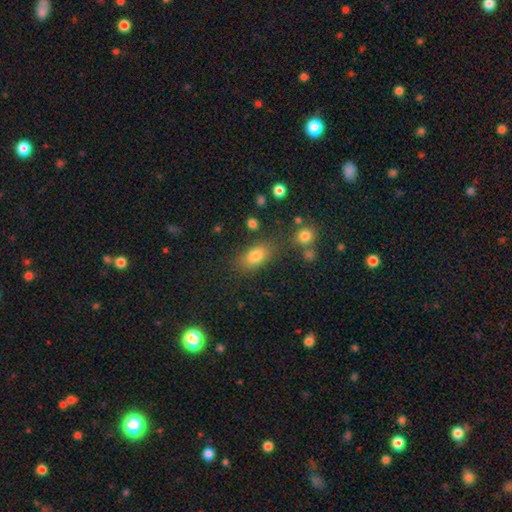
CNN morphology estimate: smooth 79%, star or artifact 11%, featured or disk 10%. Down the decision tree: how rounded — in between (84%); merging — none (76%).